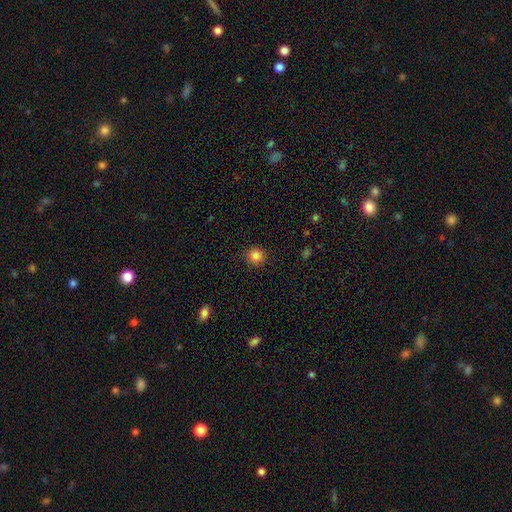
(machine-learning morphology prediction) Smooth or featured?
  - smooth: 85% *
  - star or artifact: 11%
  - featured or disk: 4%
How rounded?
  - round: 91% *
  - in between: 8%
  - cigar-shaped: 1%
Merging?
  - none: 88% *
  - minor disturbance: 9%
  - major disturbance: 2%
  - merger: 1%